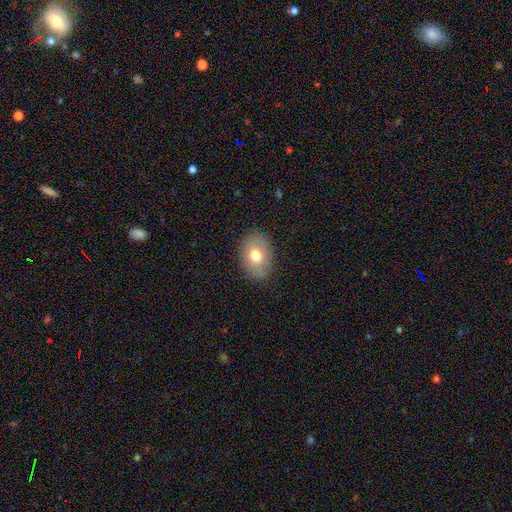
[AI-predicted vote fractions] A smooth galaxy with no disk features (74%) that is in between round and cigar-shaped (80%). Merging: none (85%).